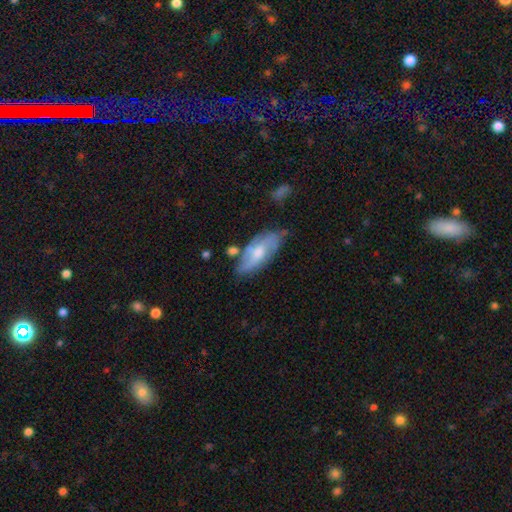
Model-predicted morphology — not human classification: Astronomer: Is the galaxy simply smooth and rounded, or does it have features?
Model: featured or disk — 59% (runner-up: smooth, 34%).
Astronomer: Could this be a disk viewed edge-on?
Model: no — 84%.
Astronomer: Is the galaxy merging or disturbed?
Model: none — 65%.